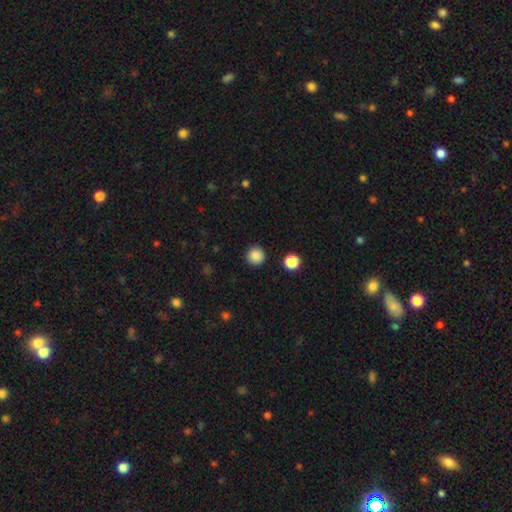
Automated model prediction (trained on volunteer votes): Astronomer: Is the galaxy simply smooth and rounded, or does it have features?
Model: smooth — 87%.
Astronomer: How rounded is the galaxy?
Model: round — 95%.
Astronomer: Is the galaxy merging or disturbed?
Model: none — 91%.